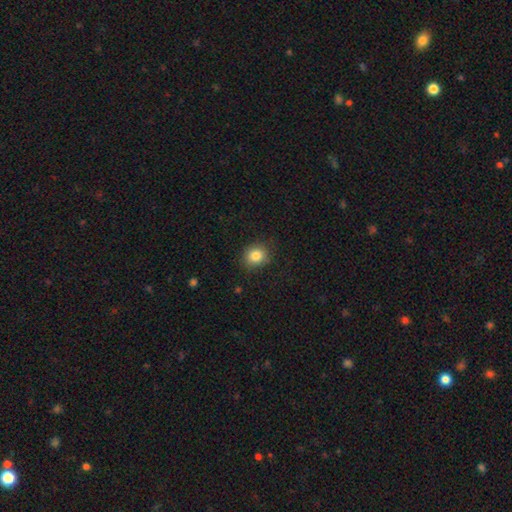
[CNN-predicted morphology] smooth-or-featured: smooth: 83% | star or artifact: 10% | featured or disk: 6%
  how-rounded: round: 74% | in between: 26% | cigar-shaped: 1%
  merging: none: 86% | minor disturbance: 10% | major disturbance: 3% | merger: 1%